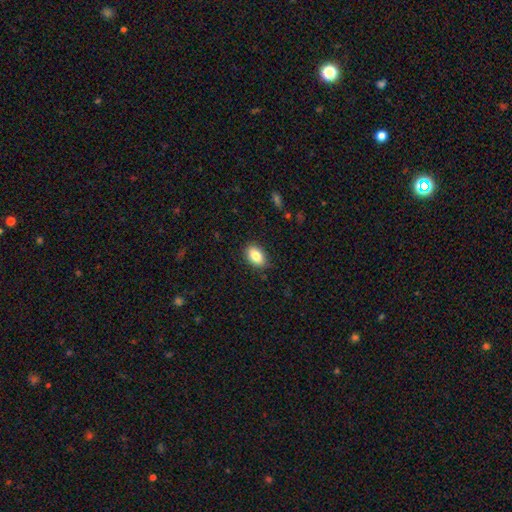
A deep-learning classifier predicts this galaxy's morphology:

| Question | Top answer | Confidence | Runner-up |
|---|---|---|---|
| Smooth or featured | smooth | 85% | star or artifact (8%) |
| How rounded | in between | 88% | round (11%) |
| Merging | none | 86% | minor disturbance (10%) |